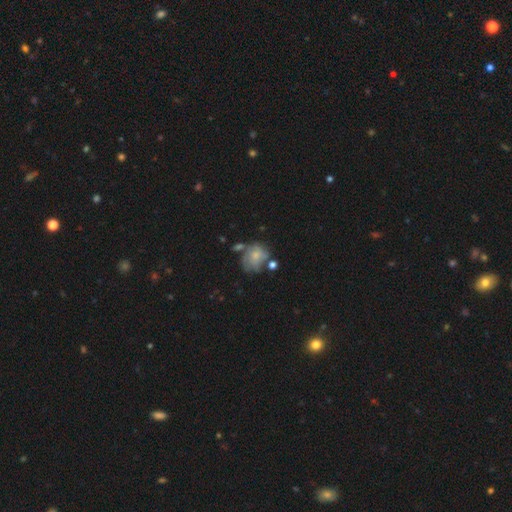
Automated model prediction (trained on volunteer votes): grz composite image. It shows a smooth galaxy with no disk features (54%) that is round (64%). Merging: none (41%).